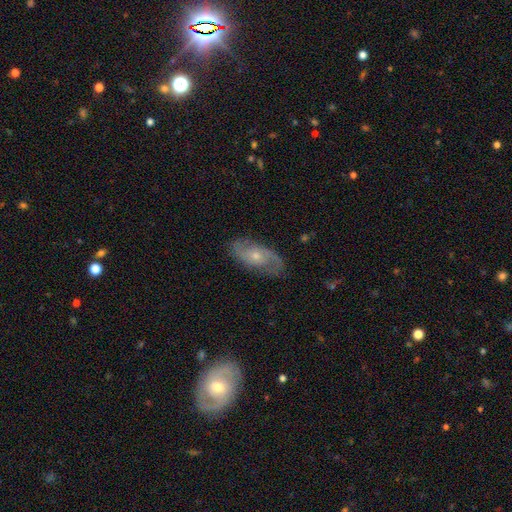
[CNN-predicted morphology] type=featured or disk (74%); edge-on=no (92%); bar=no (70%); spiral arms=yes (91%); winding=medium (46%); arm count=2 (79%); bulge=small (54%); merging=none (79%).